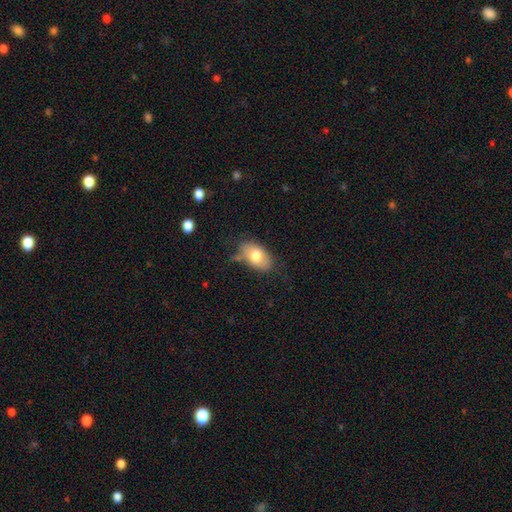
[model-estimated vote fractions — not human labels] Smooth or featured: smooth — 75% (featured or disk — 17%)
How rounded: in between — 91% (round — 8%)
Merging: none — 61% (minor disturbance — 27%)